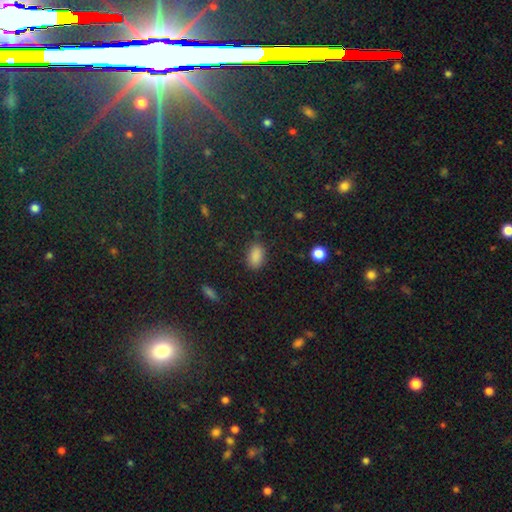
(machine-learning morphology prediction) smooth 86%, star or artifact 10%, featured or disk 4%. Down the decision tree: how rounded — in between (89%); merging — none (84%).